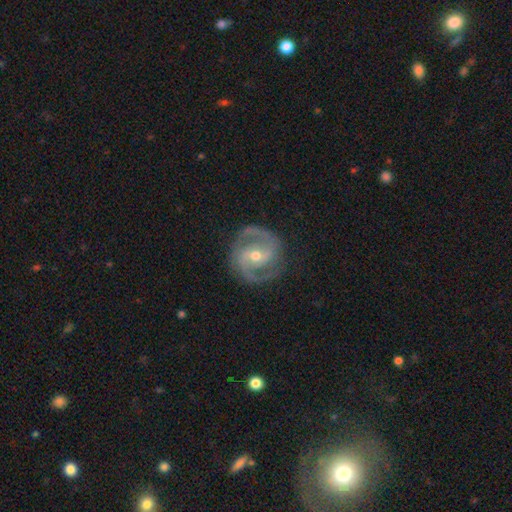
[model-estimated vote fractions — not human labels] A featured or disk galaxy (91%) with a weak bar (42%), 2 (91%) medium (53%) spiral arms (97%) and a moderate central bulge (52%). Merging: none (84%).